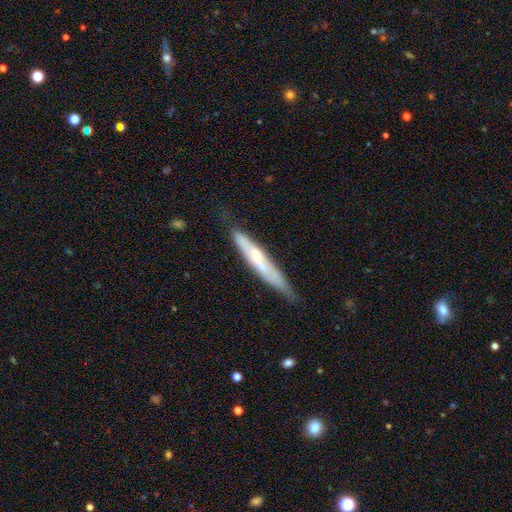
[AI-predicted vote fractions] Smooth or featured? Predicted: featured or disk (p=0.53). Edge-on disk? Predicted: yes (p=0.75). Merging? Predicted: none (p=0.61).